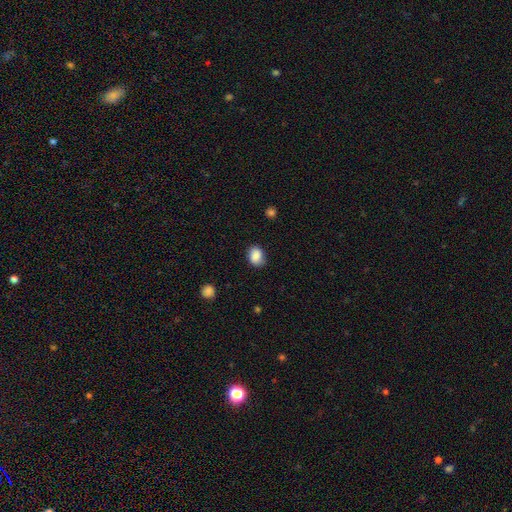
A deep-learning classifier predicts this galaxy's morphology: The model was most divided on "how rounded": in between: 58%, round: 41%, cigar-shaped: 1%. More confident: smooth or featured — smooth (87%); merging — none (78%).